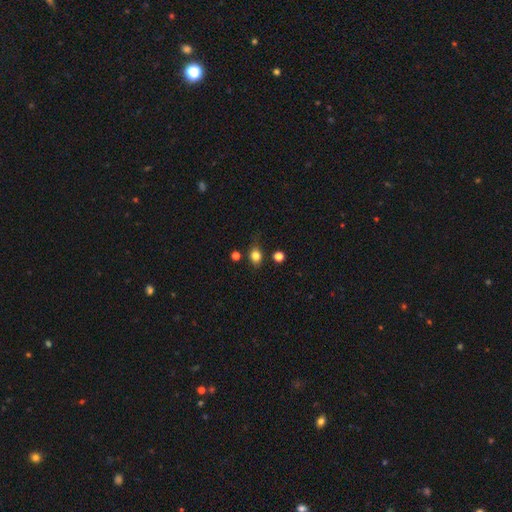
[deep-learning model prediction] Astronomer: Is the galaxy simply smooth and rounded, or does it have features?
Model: smooth — 79%.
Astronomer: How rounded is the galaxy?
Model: round — 56% (runner-up: in between, 42%).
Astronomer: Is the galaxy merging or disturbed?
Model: none — 71%.